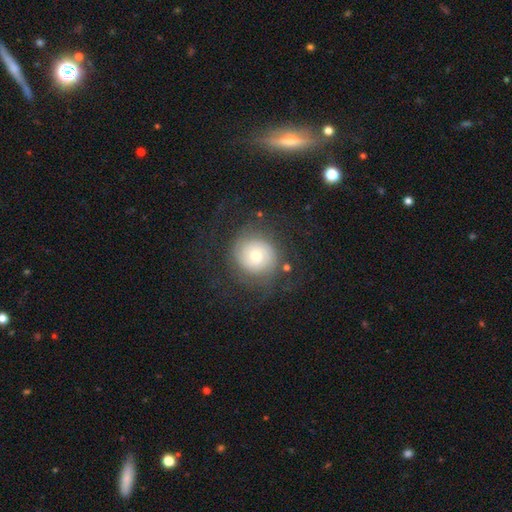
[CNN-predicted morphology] Smooth or featured: featured or disk — 63% (smooth — 28%)
Edge-on disk: no — 98% (yes — 2%)
Bar: no — 75% (weak — 21%)
Spiral arms: yes — 88% (no — 12%)
Spiral winding: tight — 62% (medium — 26%)
Spiral arm count: 2 — 49% (can't tell — 30%)
Bulge size: moderate — 50% (small — 41%)
Merging: none — 71% (minor disturbance — 15%)